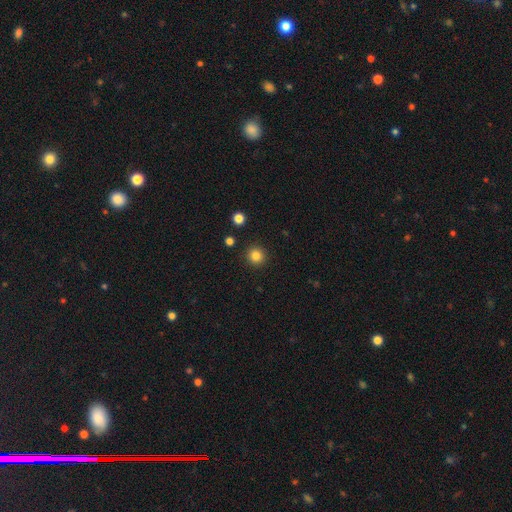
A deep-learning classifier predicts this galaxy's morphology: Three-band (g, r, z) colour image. It shows a smooth galaxy with no disk features (84%) that is round (94%). Merging: none (92%).